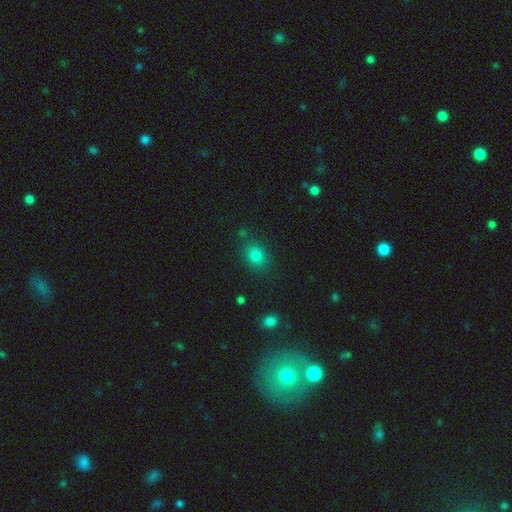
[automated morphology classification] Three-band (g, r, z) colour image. It shows a smooth galaxy with no disk features (80%) that is round (52%). Merging: none (81%).